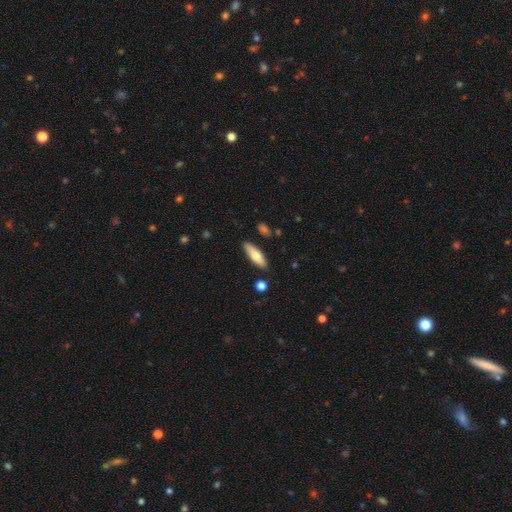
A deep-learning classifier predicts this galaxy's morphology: Smooth or featured? smooth (67%)
How rounded? in between (57%)
Merging? none (87%)